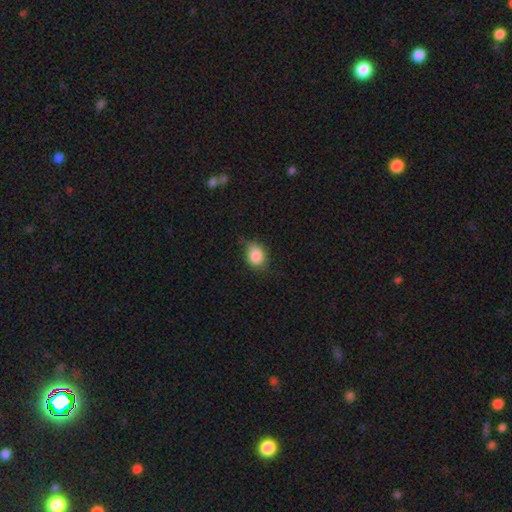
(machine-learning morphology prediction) Smooth or featured? Predicted: smooth (p=0.86). How rounded? Predicted: in between (p=0.60). Merging? Predicted: none (p=0.68).